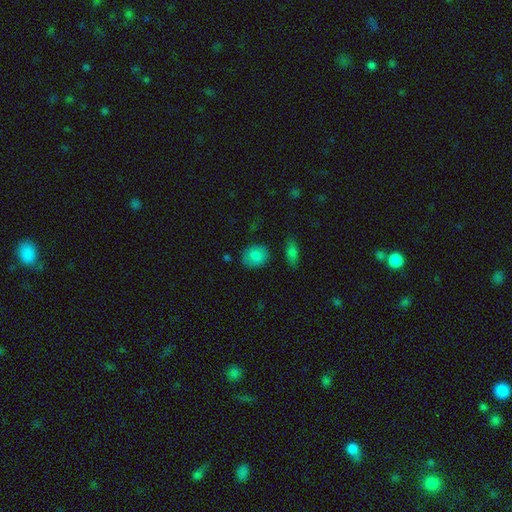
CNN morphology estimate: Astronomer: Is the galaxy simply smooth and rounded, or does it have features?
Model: smooth — 84%.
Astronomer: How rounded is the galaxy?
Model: round — 57% (runner-up: in between, 42%).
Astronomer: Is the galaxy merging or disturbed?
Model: none — 82%.